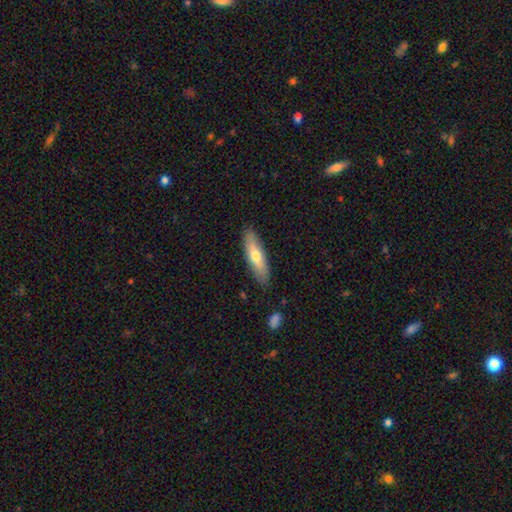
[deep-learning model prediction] Smooth or featured: smooth — 59% (featured or disk — 35%)
How rounded: cigar-shaped — 59% (in between — 39%)
Merging: none — 85% (minor disturbance — 11%)